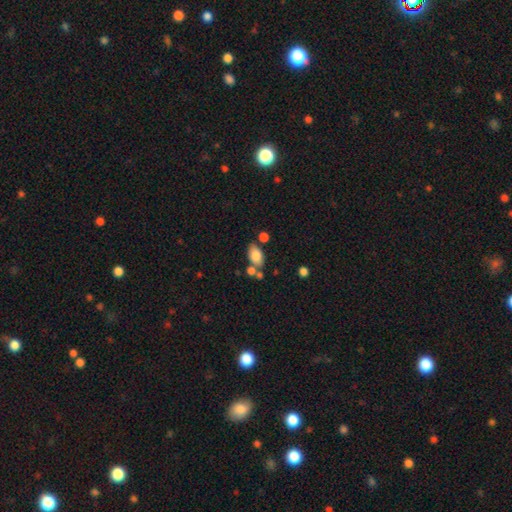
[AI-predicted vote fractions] Overall: smooth (81%). How rounded: in between (90%). Merging: none (58%; merger 21%).